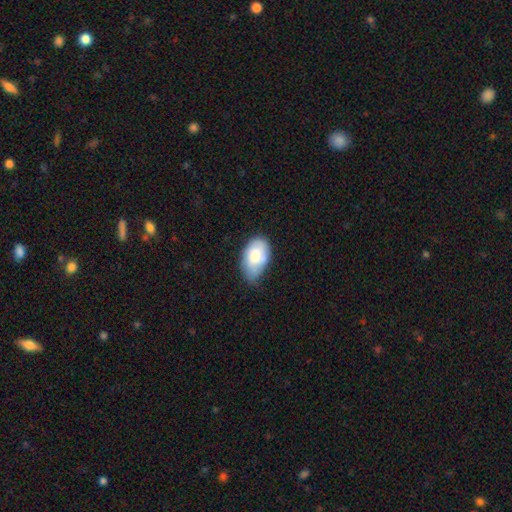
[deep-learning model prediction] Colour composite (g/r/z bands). It shows a smooth galaxy with no disk features (71%) that is in between round and cigar-shaped (92%). Merging: none (47%).